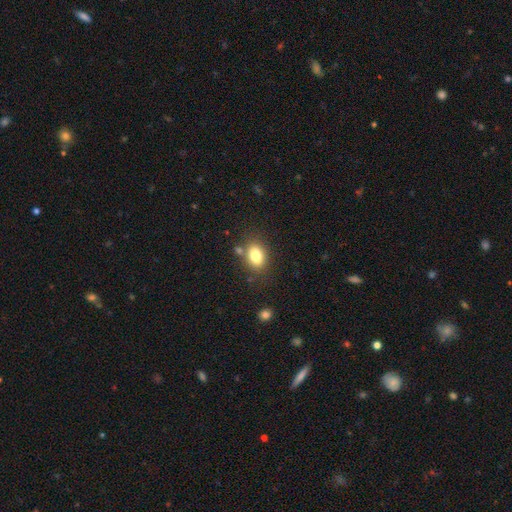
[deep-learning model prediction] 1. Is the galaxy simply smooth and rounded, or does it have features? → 80% smooth, 10% featured or disk, 9% star or artifact.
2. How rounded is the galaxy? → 77% in between, 21% round, 2% cigar-shaped.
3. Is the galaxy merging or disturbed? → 75% none, 13% minor disturbance, 9% merger, 4% major disturbance.